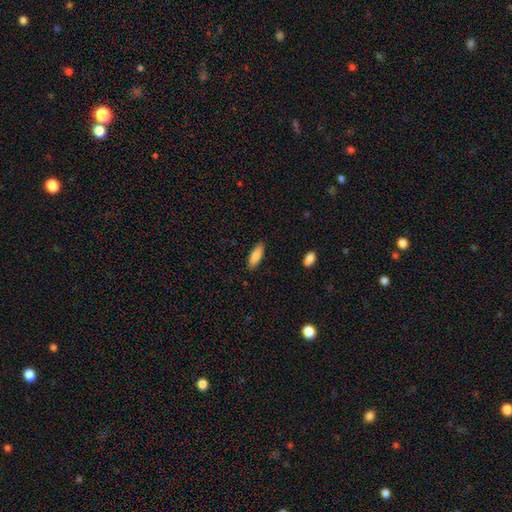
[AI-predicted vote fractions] A smooth galaxy with no disk features (82%) that is in between round and cigar-shaped (65%).

Vote fractions:
- Smooth or featured? smooth: 82% / featured or disk: 11% / star or artifact: 6%
- How rounded? in between: 65% / cigar-shaped: 33% / round: 2%
- Merging? none: 87% / minor disturbance: 9% / major disturbance: 2% / merger: 1%